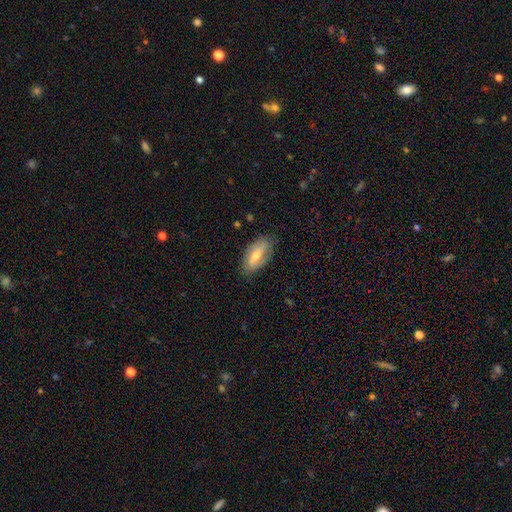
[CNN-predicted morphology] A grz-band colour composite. It shows a featured or disk galaxy (51%). Merging: none (76%).